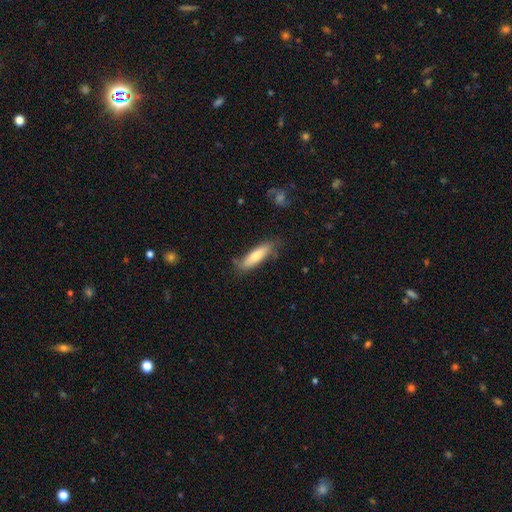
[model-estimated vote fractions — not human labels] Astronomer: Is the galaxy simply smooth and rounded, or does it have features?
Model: smooth — 68%.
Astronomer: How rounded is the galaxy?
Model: cigar-shaped — 71%.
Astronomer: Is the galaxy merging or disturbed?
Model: none — 75%.